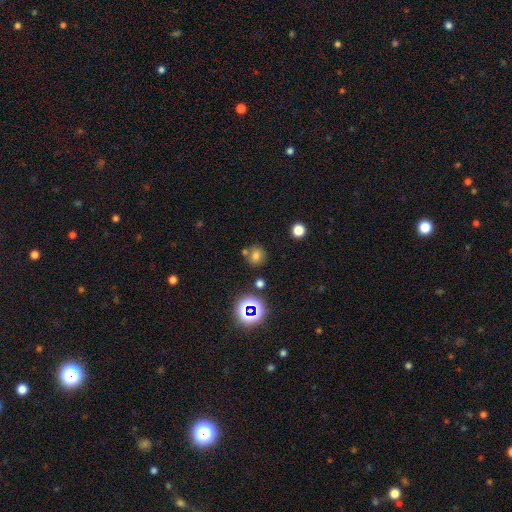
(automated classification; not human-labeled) This appears to be a smooth galaxy with no disk features (66%) that is round (87%). Merging: none (72%).